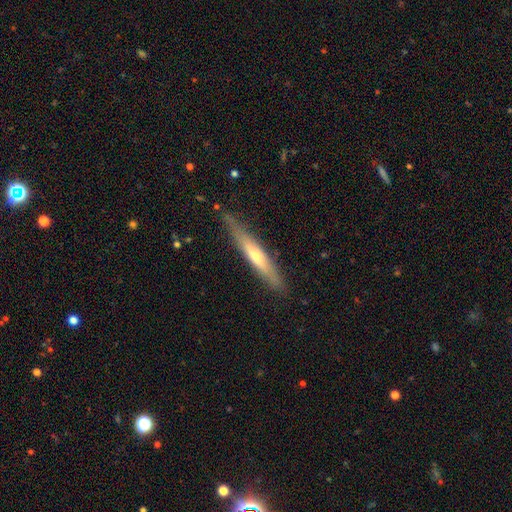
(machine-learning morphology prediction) Smooth or featured? featured or disk (54%)
Edge-on disk? yes (89%)
Merging? none (82%)